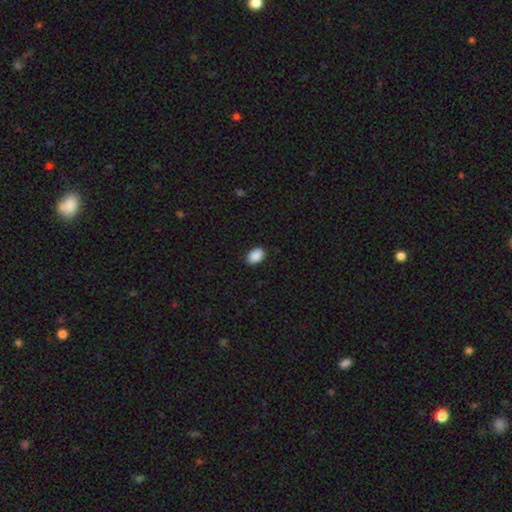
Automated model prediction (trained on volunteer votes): Smooth or featured?
  - smooth: 90% *
  - star or artifact: 7%
  - featured or disk: 3%
How rounded?
  - in between: 88% *
  - round: 11%
  - cigar-shaped: 1%
Merging?
  - none: 88% *
  - minor disturbance: 9%
  - major disturbance: 2%
  - merger: 1%